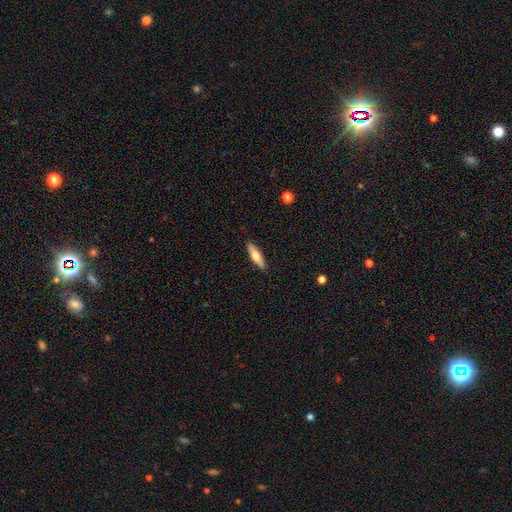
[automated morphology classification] smooth_or_featured: smooth (p=0.52) [alt: featured or disk p=0.43]
how_rounded: cigar-shaped (p=0.62) [alt: in between p=0.35]
merging: none (p=0.90) [alt: minor disturbance p=0.07]